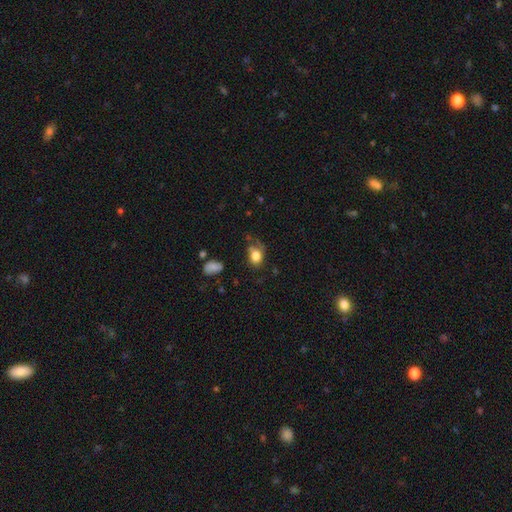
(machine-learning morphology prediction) smooth_or_featured: smooth (p=0.78) [alt: featured or disk p=0.12]
how_rounded: in between (p=0.55) [alt: round p=0.43]
merging: none (p=0.47) [alt: minor disturbance p=0.29]